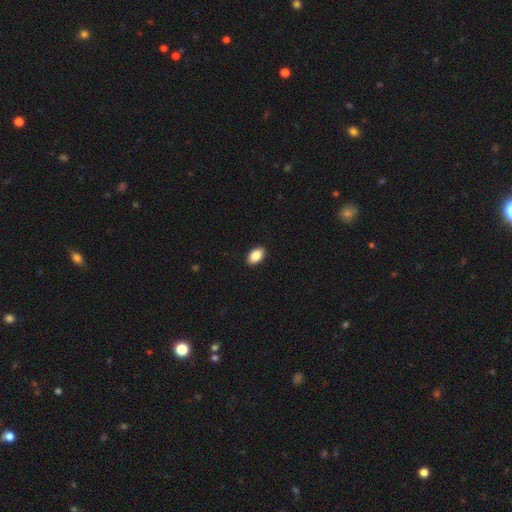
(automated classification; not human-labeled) A smooth galaxy with no disk features (87%) that is in between round and cigar-shaped (91%).

Vote fractions:
- Smooth or featured? smooth: 87% / star or artifact: 7% / featured or disk: 6%
- How rounded? in between: 91% / round: 7% / cigar-shaped: 2%
- Merging? none: 91% / minor disturbance: 7% / major disturbance: 2% / merger: 1%